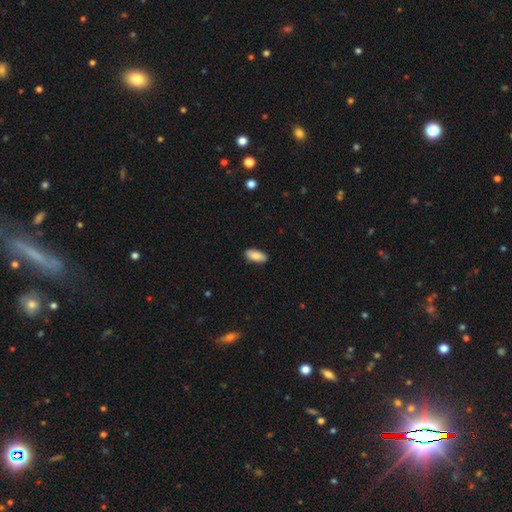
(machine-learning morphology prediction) Smooth or featured?
  - smooth: 84% *
  - featured or disk: 9%
  - star or artifact: 6%
How rounded?
  - in between: 89% *
  - cigar-shaped: 9%
  - round: 2%
Merging?
  - none: 88% *
  - minor disturbance: 9%
  - major disturbance: 2%
  - merger: 1%